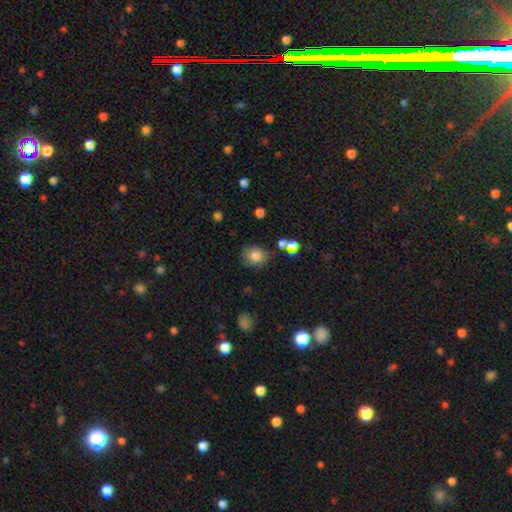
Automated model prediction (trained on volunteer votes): Smooth or featured?
  - smooth: 79% *
  - star or artifact: 12%
  - featured or disk: 10%
How rounded?
  - round: 66% *
  - in between: 33%
  - cigar-shaped: 1%
Merging?
  - none: 72% *
  - minor disturbance: 17%
  - merger: 5%
  - major disturbance: 5%